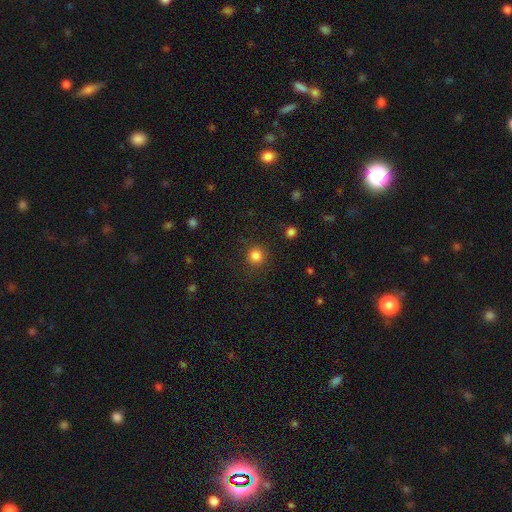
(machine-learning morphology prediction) A smooth galaxy with no disk features (84%) that is round (94%).

Vote fractions:
- Smooth or featured? smooth: 84% / star or artifact: 12% / featured or disk: 4%
- How rounded? round: 94% / in between: 5% / cigar-shaped: 1%
- Merging? none: 89% / minor disturbance: 7% / major disturbance: 3% / merger: 1%